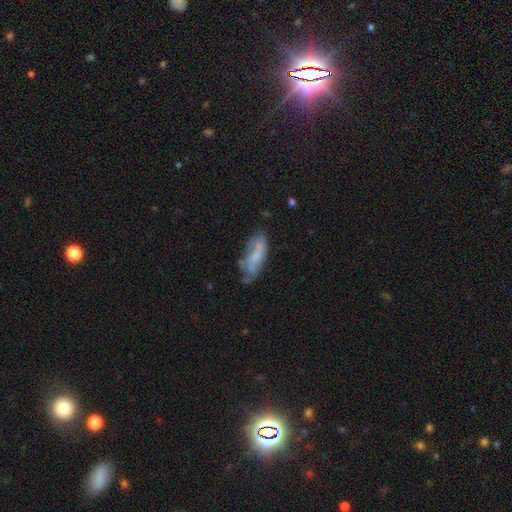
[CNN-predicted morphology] Smooth or featured? Predicted: smooth (p=0.51). How rounded? Predicted: in between (p=0.61). Merging? Predicted: none (p=0.51).